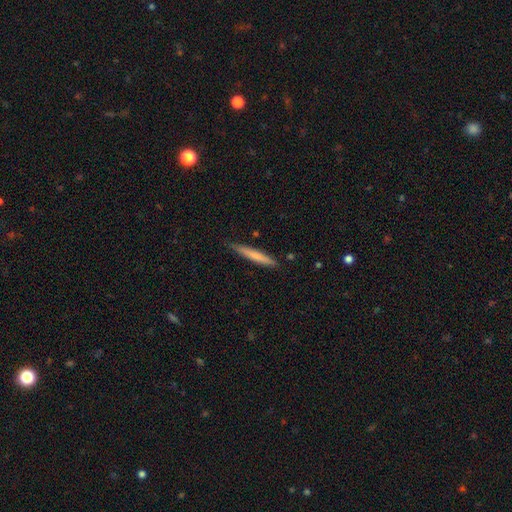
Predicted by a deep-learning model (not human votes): Smooth or featured?
  - smooth: 69% *
  - featured or disk: 25%
  - star or artifact: 5%
How rounded?
  - cigar-shaped: 95% *
  - in between: 4%
  - round: 1%
Merging?
  - none: 85% *
  - minor disturbance: 12%
  - major disturbance: 2%
  - merger: 1%